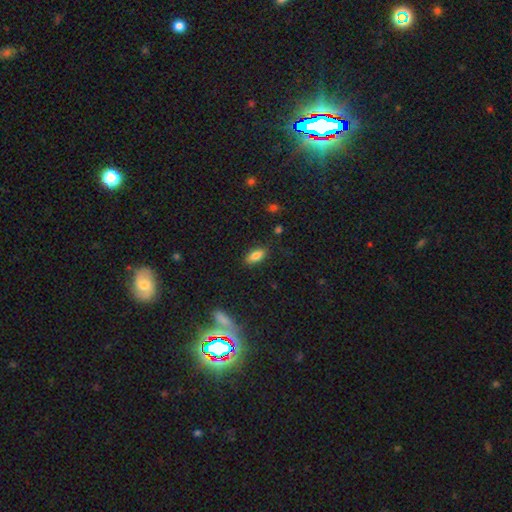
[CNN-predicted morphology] Smooth or featured? smooth (81%)
How rounded? in between (86%)
Merging? none (84%)